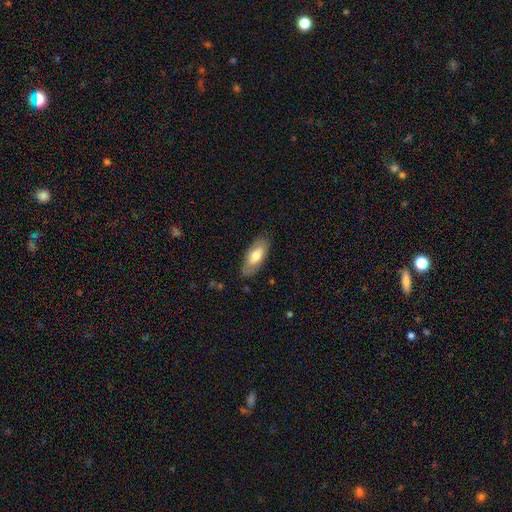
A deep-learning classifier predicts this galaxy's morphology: Smooth or featured: smooth — 68% (featured or disk — 27%)
How rounded: in between — 83% (cigar-shaped — 15%)
Merging: none — 82% (minor disturbance — 14%)